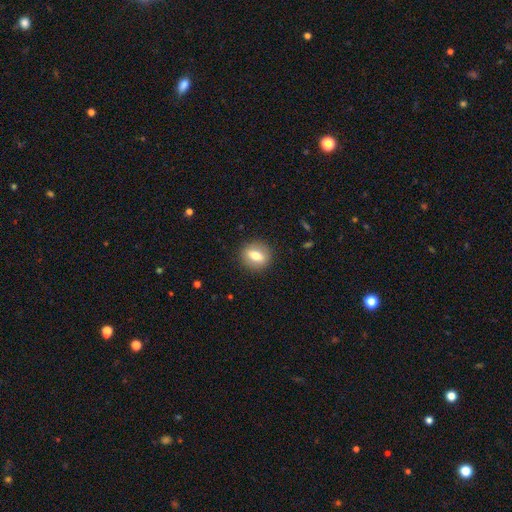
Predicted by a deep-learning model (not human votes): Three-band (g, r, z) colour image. It shows a smooth galaxy with no disk features (65%) that is round (62%). Merging: none (89%).